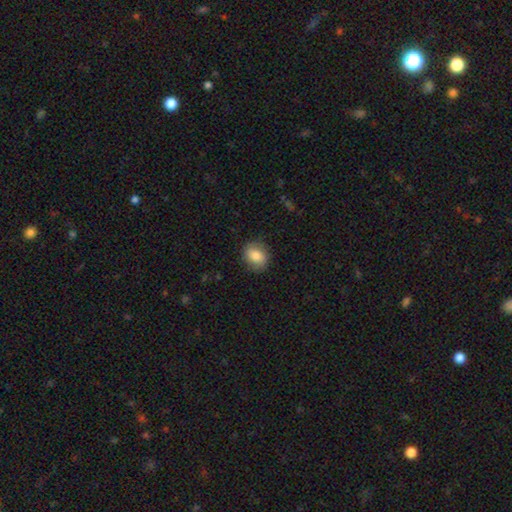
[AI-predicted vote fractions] A smooth galaxy with no disk features (80%) that is round (55%). Merging: none (81%).